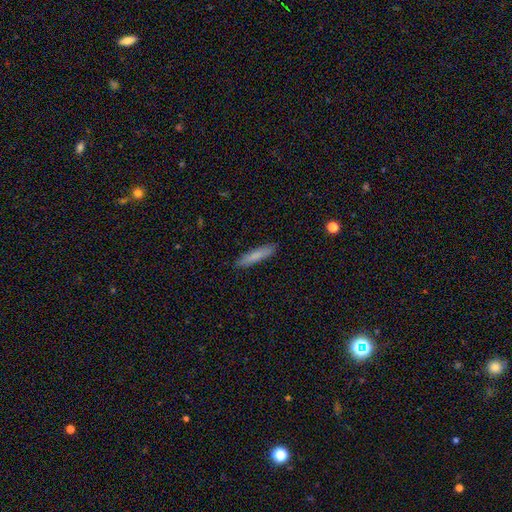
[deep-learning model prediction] Smooth or featured? smooth (80%)
How rounded? cigar-shaped (88%)
Merging? none (89%)